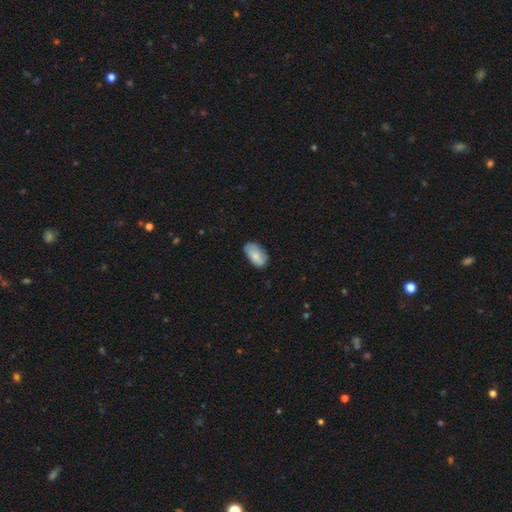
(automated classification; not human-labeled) Morphology: type=smooth (79%); roundness=in between (94%); merging=none (72%).